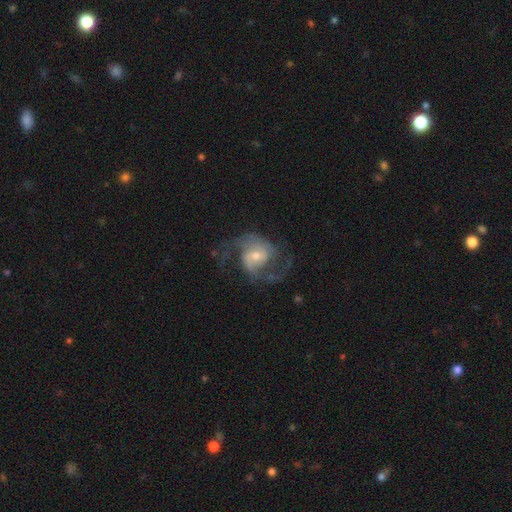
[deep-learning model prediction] Morphology: type=featured or disk (84%); edge-on=no (98%); bar=no (54%); spiral arms=yes (94%); winding=medium (51%); arm count=2 (73%); bulge=moderate (52%); merging=none (57%).